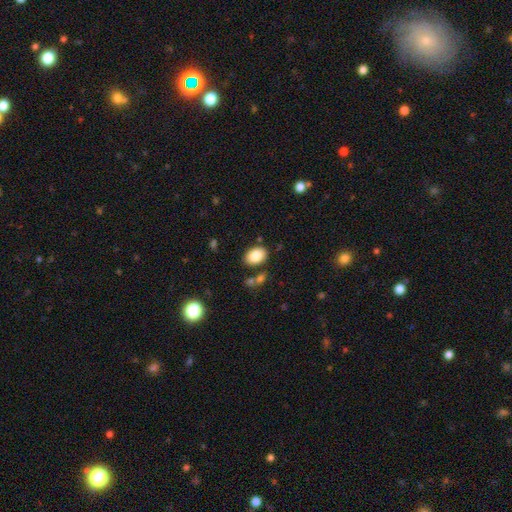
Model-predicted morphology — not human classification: A smooth galaxy with no disk features (85%) that is in between round and cigar-shaped (83%). Merging: none (80%).